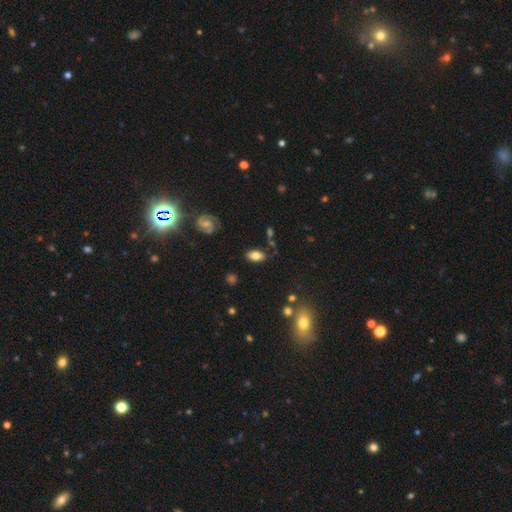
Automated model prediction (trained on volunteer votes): smooth 74%, featured or disk 17%, star or artifact 8%. Down the decision tree: how rounded — in between (91%); merging — none (78%).